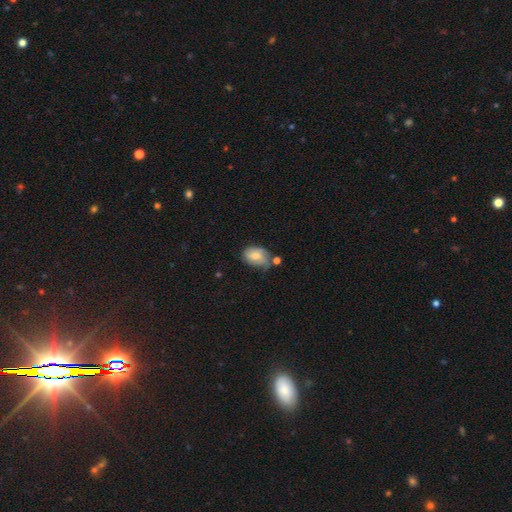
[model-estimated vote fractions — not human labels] A smooth galaxy with no disk features (65%) that is in between round and cigar-shaped (82%).

Vote fractions:
- Smooth or featured? smooth: 65% / featured or disk: 27% / star or artifact: 8%
- How rounded? in between: 82% / round: 17% / cigar-shaped: 1%
- Merging? none: 40% / minor disturbance: 35% / major disturbance: 13% / merger: 13%